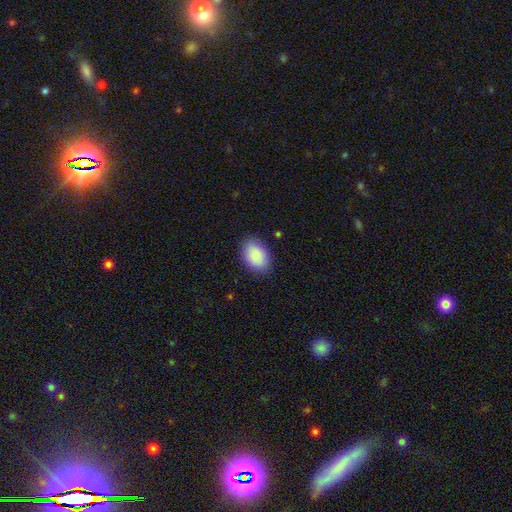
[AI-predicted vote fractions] Smooth or featured: smooth — 89% (star or artifact — 6%)
How rounded: in between — 85% (round — 14%)
Merging: none — 86% (minor disturbance — 10%)